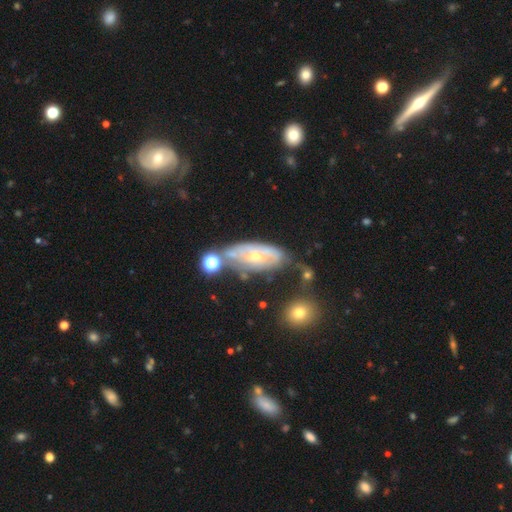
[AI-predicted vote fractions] featured or disk 70%, smooth 22%, star or artifact 8%. Down the decision tree: edge-on disk — no (88%); bar — no (78%); spiral arms — yes (62%); bulge size — moderate (49%); merging — none (44%).